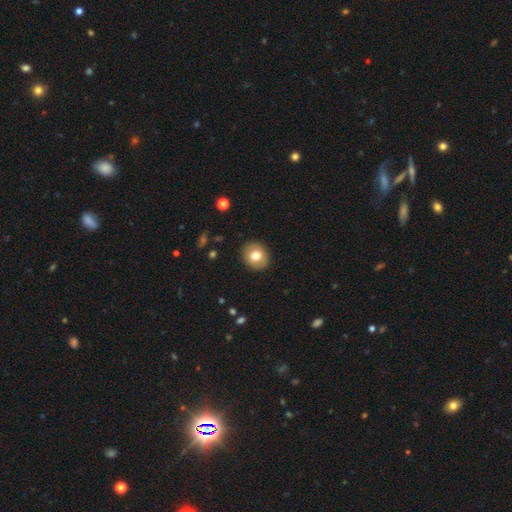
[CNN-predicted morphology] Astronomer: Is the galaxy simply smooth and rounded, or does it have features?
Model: smooth — 74%.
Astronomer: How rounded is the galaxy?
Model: round — 68%.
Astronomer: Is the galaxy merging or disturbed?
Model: none — 90%.